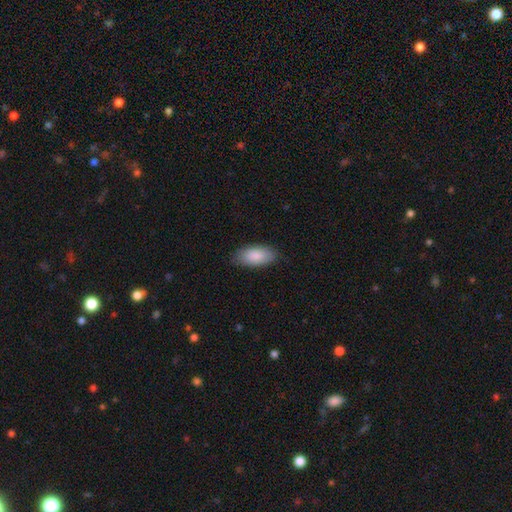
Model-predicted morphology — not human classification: Q: Smooth or featured?
A: smooth (88%); runner-up: featured or disk (7%)
Q: How rounded?
A: in between (92%); runner-up: cigar-shaped (6%)
Q: Merging?
A: none (83%); runner-up: minor disturbance (13%)